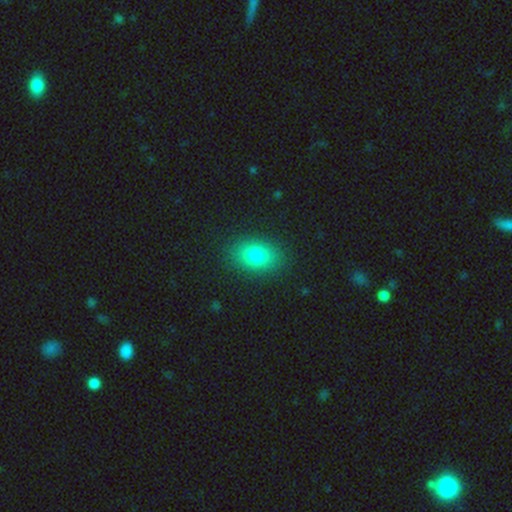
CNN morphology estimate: smooth 80%, star or artifact 11%, featured or disk 9%. Down the decision tree: how rounded — in between (76%); merging — none (87%).